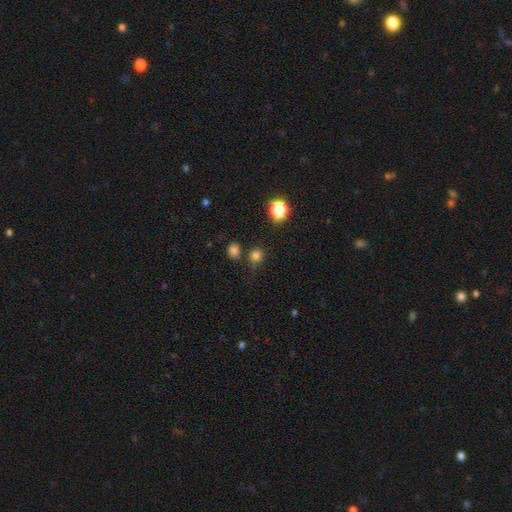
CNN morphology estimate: Q: Smooth or featured?
A: smooth (76%); runner-up: star or artifact (19%)
Q: How rounded?
A: round (83%); runner-up: in between (16%)
Q: Merging?
A: none (73%); runner-up: minor disturbance (12%)